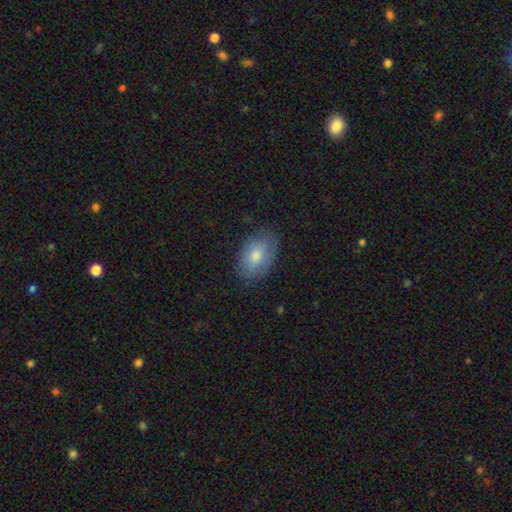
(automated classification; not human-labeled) This is likely a smooth galaxy (72%). How rounded: clearly in between (87%). Merging: likely none (79%).